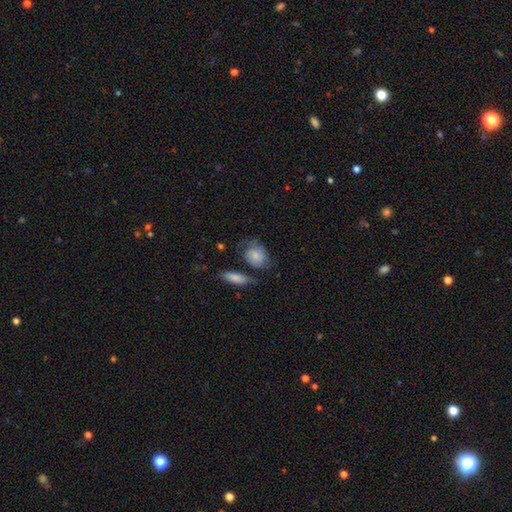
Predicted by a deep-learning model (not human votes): Smooth or featured? smooth (63%)
How rounded? in between (55%)
Merging? none (44%)